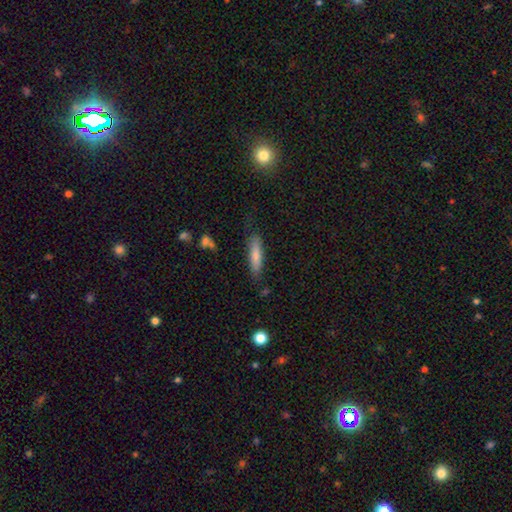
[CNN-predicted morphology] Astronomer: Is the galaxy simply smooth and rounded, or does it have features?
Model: smooth — 77%.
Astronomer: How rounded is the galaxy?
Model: cigar-shaped — 76%.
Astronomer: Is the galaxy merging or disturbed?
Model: none — 77%.